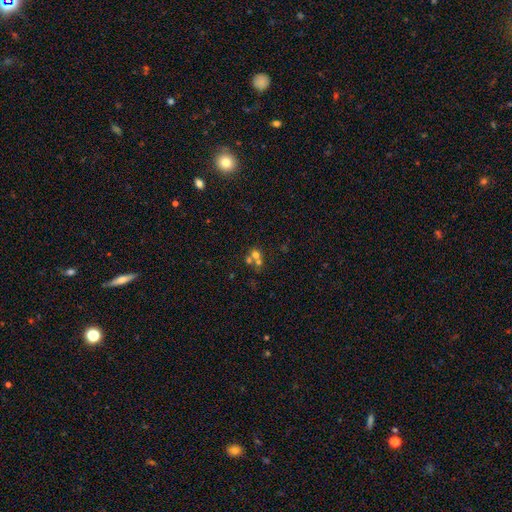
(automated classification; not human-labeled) smooth 57%, featured or disk 24%, star or artifact 19%. Down the decision tree: how rounded — round (74%); merging — merger (58%).